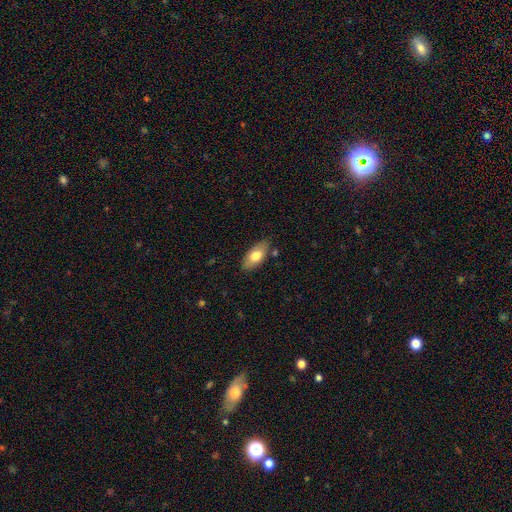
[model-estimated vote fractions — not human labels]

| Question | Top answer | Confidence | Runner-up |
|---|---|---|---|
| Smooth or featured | smooth | 73% | featured or disk (20%) |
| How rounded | in between | 90% | cigar-shaped (7%) |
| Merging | none | 81% | minor disturbance (14%) |